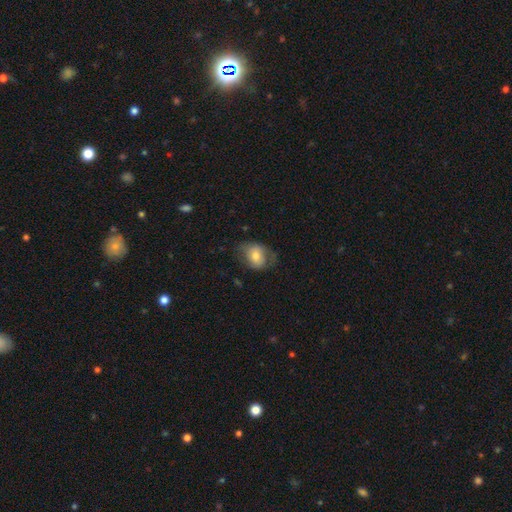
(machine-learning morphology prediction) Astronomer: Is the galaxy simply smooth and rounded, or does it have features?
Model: smooth — 66%.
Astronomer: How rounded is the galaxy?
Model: in between — 61% (runner-up: round, 38%).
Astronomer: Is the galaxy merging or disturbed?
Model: none — 57%.